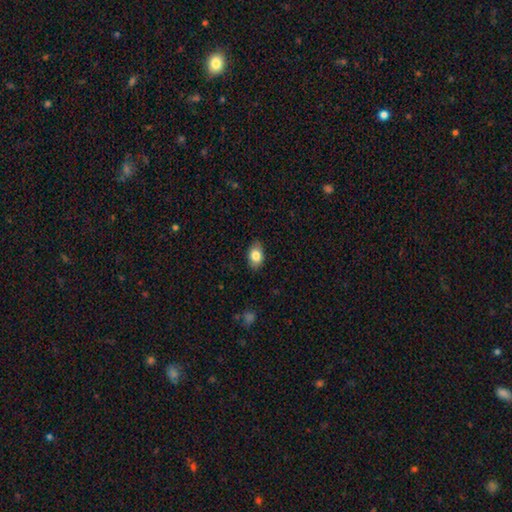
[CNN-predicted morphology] Overall: smooth (82%). How rounded: in between (85%). Merging: none (84%).